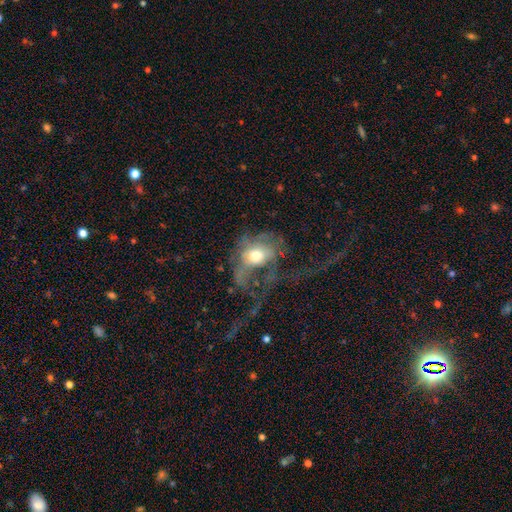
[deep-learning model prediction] A featured or disk galaxy (53%) with no bar (76%), no spiral arms (57%) and a moderate central bulge (60%). Merging: major disturbance (65%).